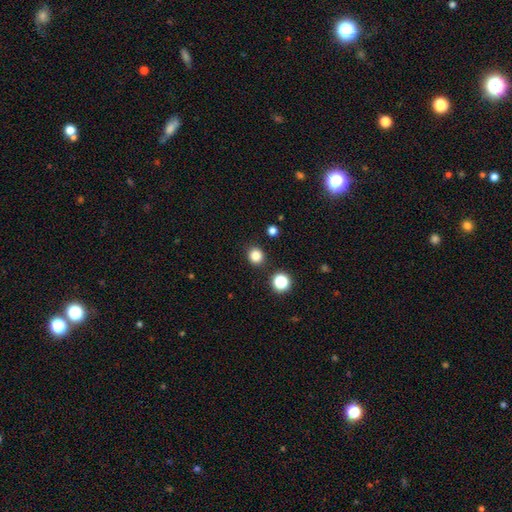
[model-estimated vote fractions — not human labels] smooth_or_featured: smooth (p=0.83) [alt: star or artifact p=0.13]
how_rounded: round (p=0.86) [alt: in between p=0.13]
merging: none (p=0.89) [alt: minor disturbance p=0.06]